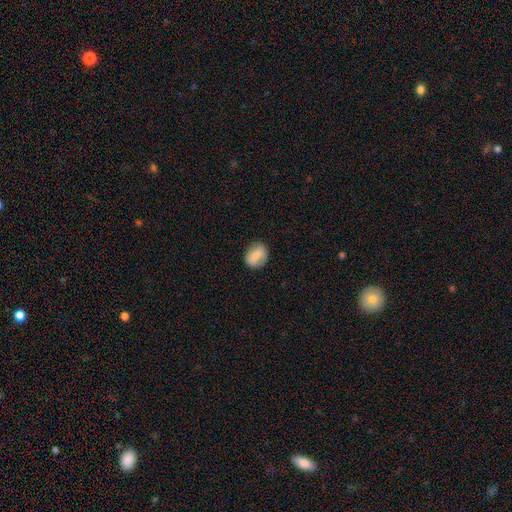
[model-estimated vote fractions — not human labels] smooth_or_featured: smooth (p=0.77) [alt: featured or disk p=0.15]
how_rounded: in between (p=0.54) [alt: round p=0.44]
merging: none (p=0.81) [alt: minor disturbance p=0.14]